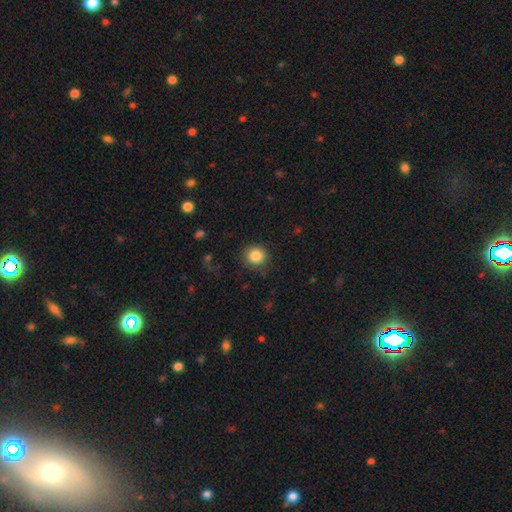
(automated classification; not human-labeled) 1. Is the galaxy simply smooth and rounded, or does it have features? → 85% smooth, 10% star or artifact, 5% featured or disk.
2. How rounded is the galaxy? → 90% round, 9% in between, 1% cigar-shaped.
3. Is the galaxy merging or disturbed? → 86% none, 10% minor disturbance, 3% major disturbance, 1% merger.